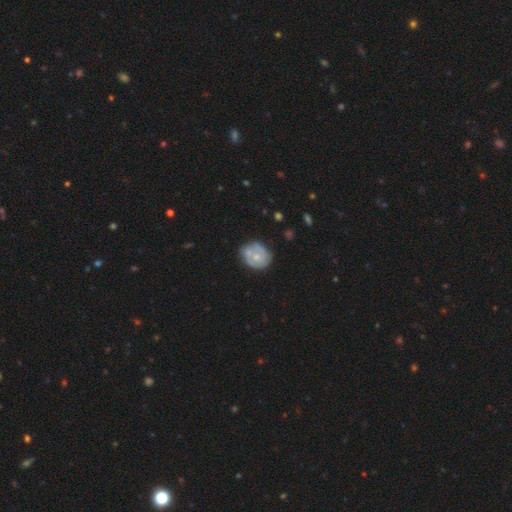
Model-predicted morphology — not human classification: Smooth or featured: featured or disk — 49% (smooth — 44%)
Merging: none — 49% (minor disturbance — 23%)